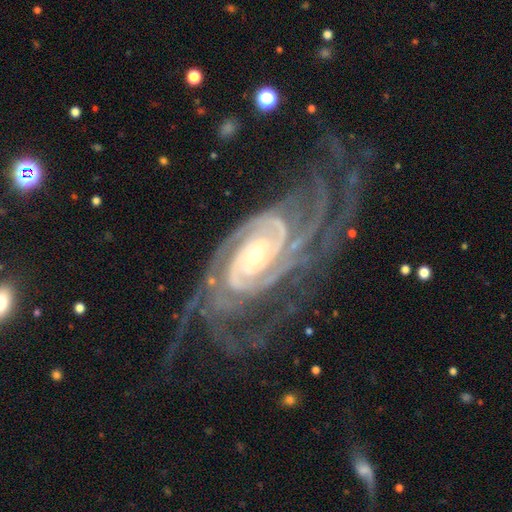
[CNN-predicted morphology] Smooth or featured? Predicted: featured or disk (p=0.93). Edge-on disk? Predicted: no (p=0.97). Bar? Predicted: no (p=0.63). Spiral arms? Predicted: yes (p=0.99). Spiral winding? Predicted: tight (p=0.71). Spiral arm count? Predicted: 2 (p=0.22). Bulge size? Predicted: small (p=0.66). Merging? Predicted: none (p=0.62).